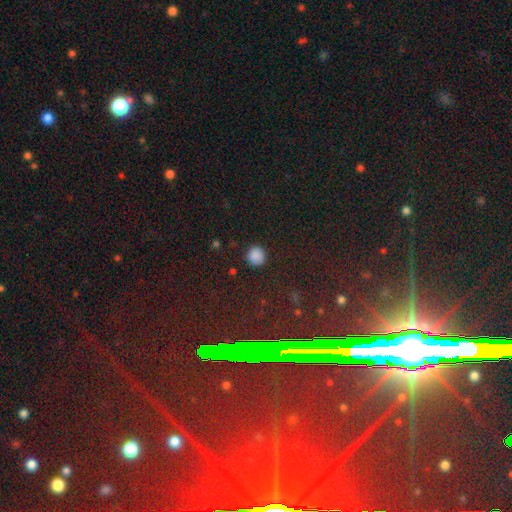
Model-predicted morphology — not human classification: smooth_or_featured: smooth (p=0.86) [alt: star or artifact p=0.11]
how_rounded: round (p=0.92) [alt: in between p=0.07]
merging: none (p=0.89) [alt: minor disturbance p=0.07]